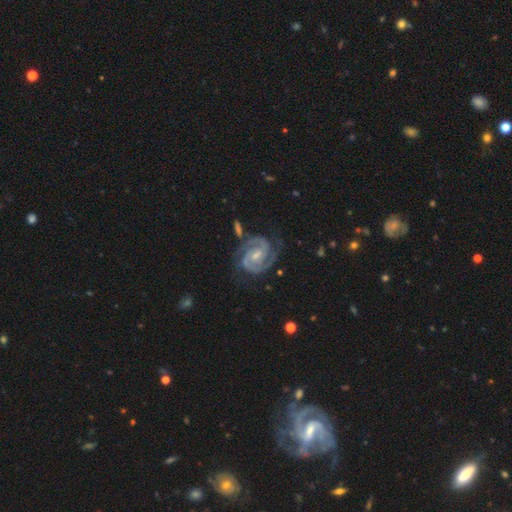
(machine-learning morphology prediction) Overall: featured or disk (94%). Edge-on disk: no (98%). Bar: weak (49%; no 32%). Spiral arms: yes (99%). Spiral arm count: 2 (91%). Spiral winding: tight (63%; medium 34%). Bulge size: small (52%; moderate 40%). Merging: none (75%).